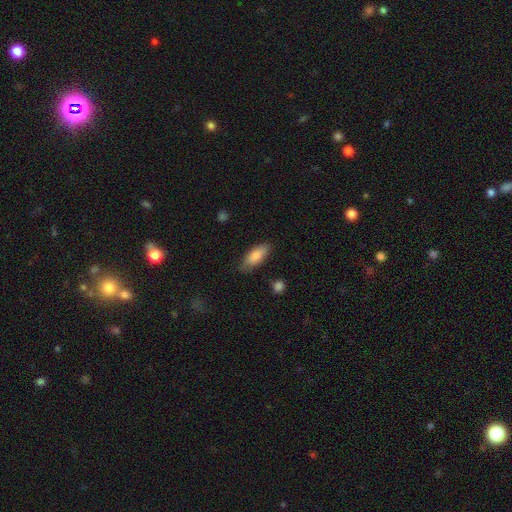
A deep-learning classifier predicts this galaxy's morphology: The model was most divided on "how rounded": in between: 77%, cigar-shaped: 21%, round: 2%. More confident: smooth or featured — smooth (83%); merging — none (76%).